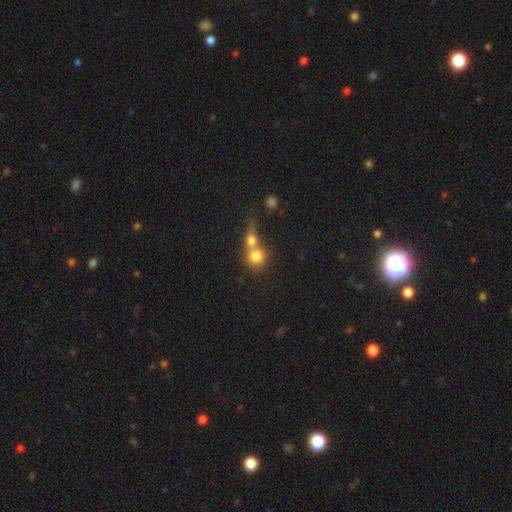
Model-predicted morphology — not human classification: A smooth galaxy with no disk features (77%) that is round (83%). Merging: merger (62%).